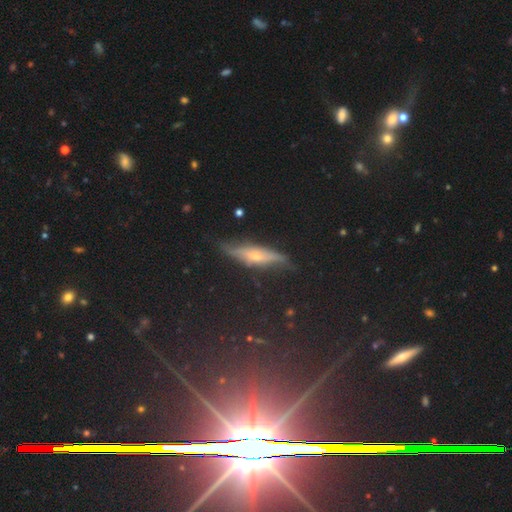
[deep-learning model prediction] Morphology: type=featured or disk (58%); edge-on=yes (70%); merging=none (70%).